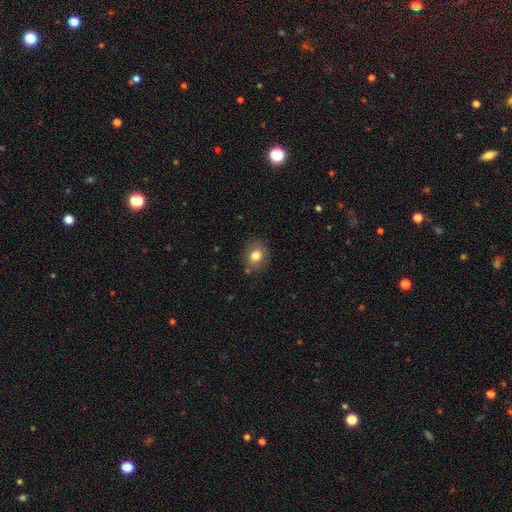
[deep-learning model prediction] The model was most divided on "how rounded": round: 62%, in between: 37%, cigar-shaped: 1%. More confident: merging — none (82%); smooth or featured — smooth (79%).